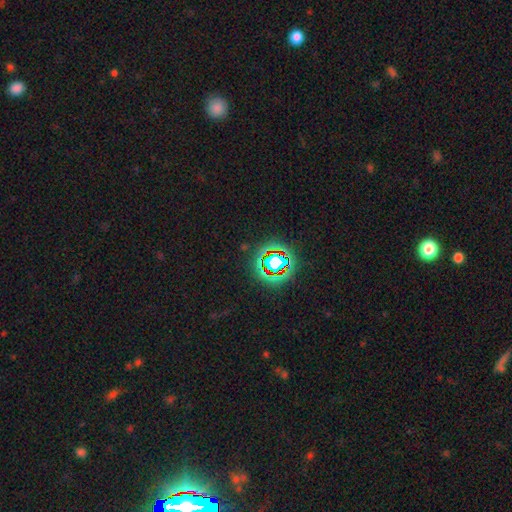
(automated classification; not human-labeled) This is likely a star or artifact rather than a galaxy (79%).